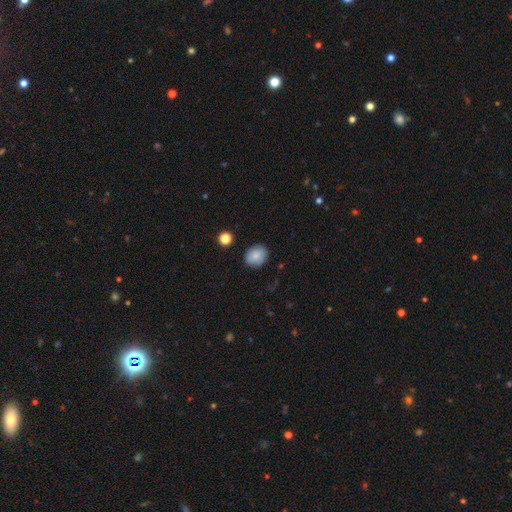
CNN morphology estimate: A smooth galaxy with no disk features (84%) that is round (54%). Merging: none (83%).